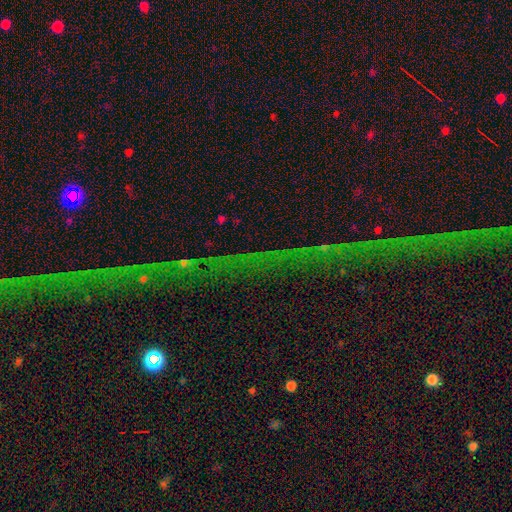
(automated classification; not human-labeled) A star or artifact, not a galaxy (83%).

Vote fractions:
- Smooth or featured? star or artifact: 83% / featured or disk: 10% / smooth: 7%